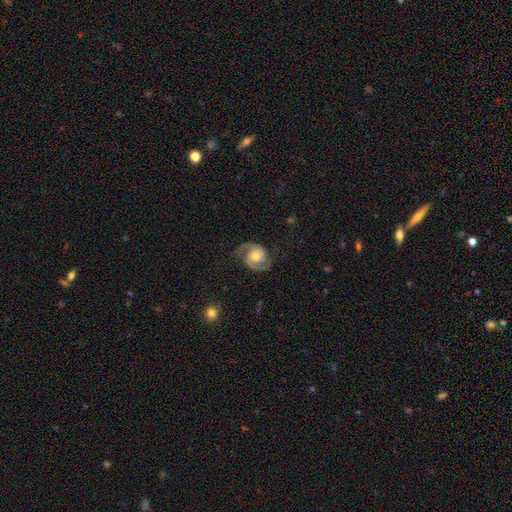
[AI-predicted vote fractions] A featured or disk galaxy (85%) with no bar (66%), 2 (91%) medium (50%) spiral arms (97%) and a moderate central bulge (66%).

Vote fractions:
- Smooth or featured? featured or disk: 85% / smooth: 9% / star or artifact: 5%
- Edge-on disk? no: 98% / yes: 2%
- Bar? no: 66% / weak: 27% / strong: 7%
- Spiral arms? yes: 97% / no: 3%
- Spiral winding? medium: 50% / tight: 30% / loose: 20%
- Spiral arm count? 2: 91% / can't tell: 3% / 1: 2% / 3: 1% / 4: 1% / more than 4: 1%
- Bulge size? moderate: 66% / small: 21% / large: 10% / none: 2% / dominant: 1%
- Merging? none: 72% / minor disturbance: 18% / major disturbance: 9% / merger: 1%